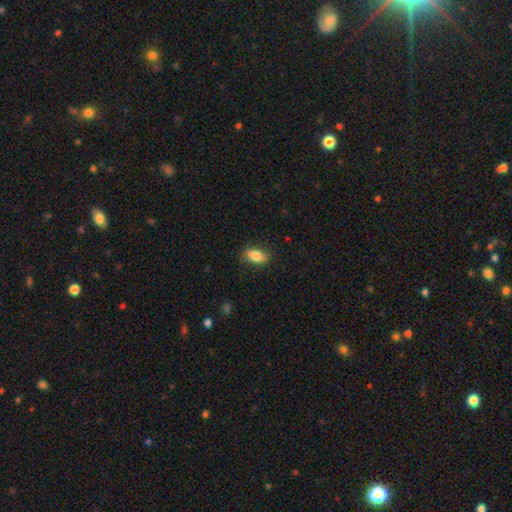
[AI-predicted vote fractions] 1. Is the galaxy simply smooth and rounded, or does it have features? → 80% smooth, 13% featured or disk, 7% star or artifact.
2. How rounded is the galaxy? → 88% in between, 6% round, 6% cigar-shaped.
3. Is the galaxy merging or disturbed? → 80% none, 15% minor disturbance, 4% major disturbance, 1% merger.